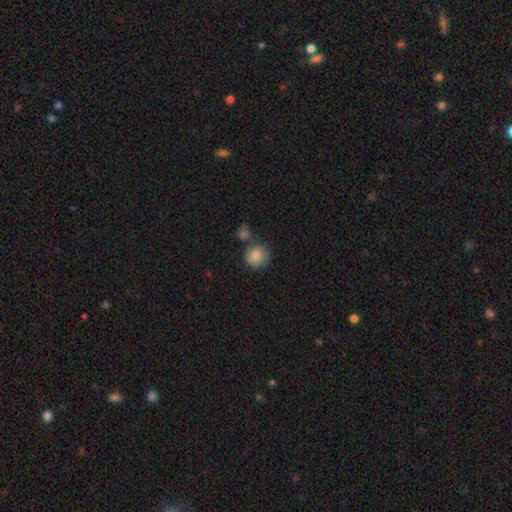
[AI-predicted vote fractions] Morphology: type=smooth (86%); roundness=round (89%); merging=none (61%).